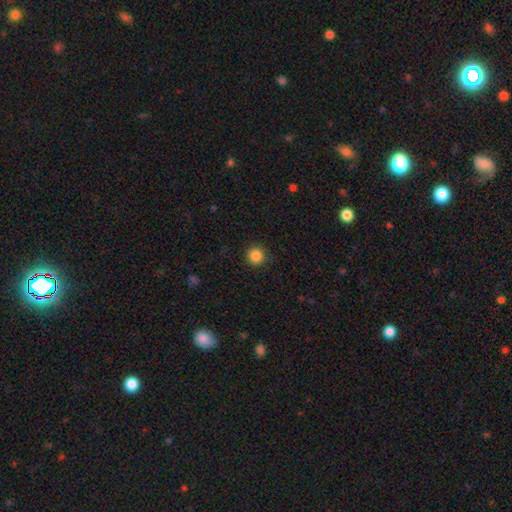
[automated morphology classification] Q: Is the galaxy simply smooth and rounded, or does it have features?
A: smooth — 86%.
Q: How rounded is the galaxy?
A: round — 94%.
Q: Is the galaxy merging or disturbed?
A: none — 91%.